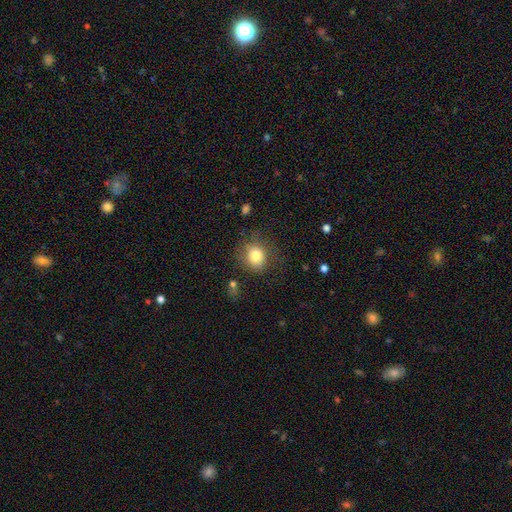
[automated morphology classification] smooth_or_featured: smooth (p=0.80) [alt: star or artifact p=0.10]
how_rounded: round (p=0.72) [alt: in between p=0.27]
merging: none (p=0.72) [alt: minor disturbance p=0.18]